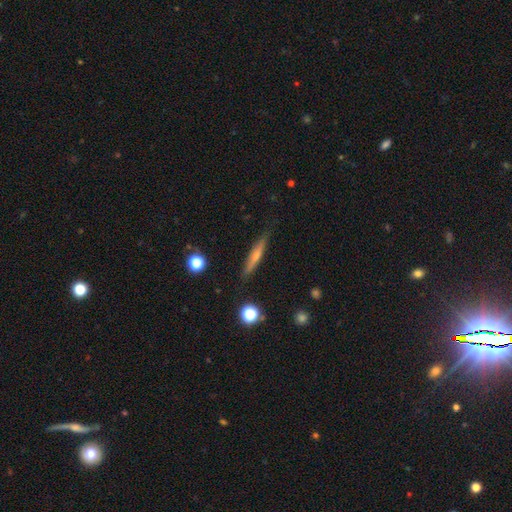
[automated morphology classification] This appears to be a smooth galaxy with no disk features (51%) that is cigar-shaped (91%). Merging: none (87%).